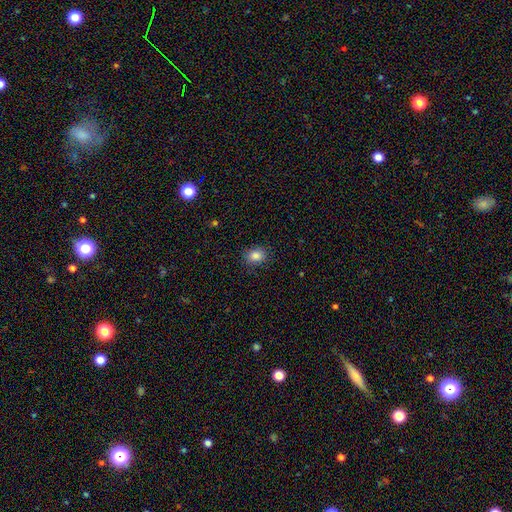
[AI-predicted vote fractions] Smooth or featured: smooth — 85% (star or artifact — 10%)
How rounded: in between — 51% (round — 48%)
Merging: none — 86% (minor disturbance — 11%)